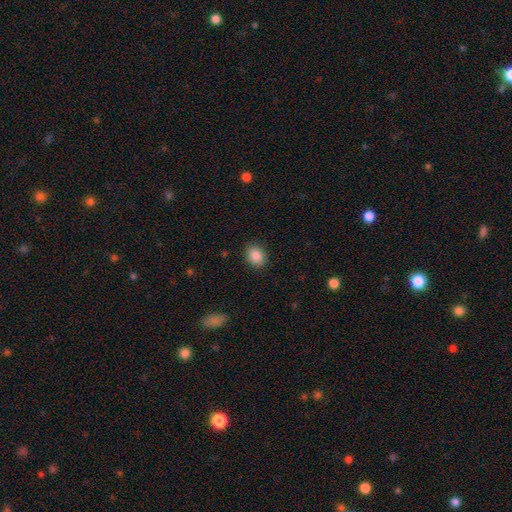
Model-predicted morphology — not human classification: Smooth or featured? smooth (87%)
How rounded? in between (58%)
Merging? none (88%)